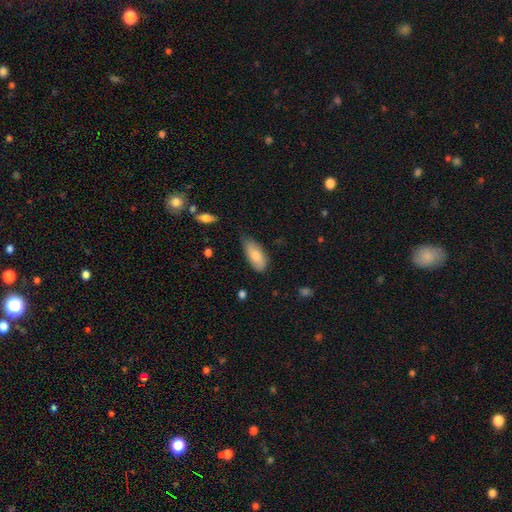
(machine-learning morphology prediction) Smooth or featured: smooth — 81% (featured or disk — 13%)
How rounded: in between — 84% (cigar-shaped — 14%)
Merging: none — 64% (minor disturbance — 29%)